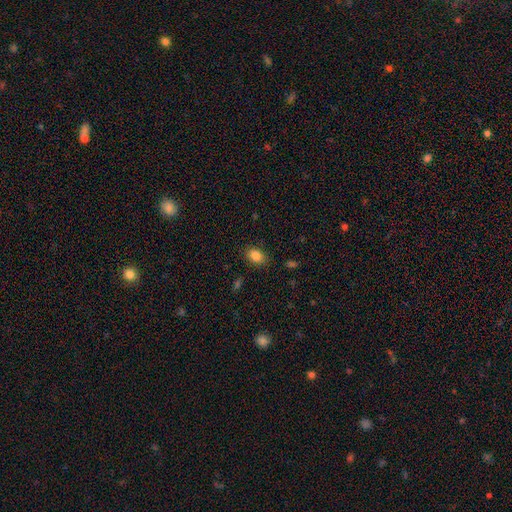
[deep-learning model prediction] Q: Smooth or featured?
A: smooth (85%); runner-up: star or artifact (9%)
Q: How rounded?
A: in between (77%); runner-up: round (22%)
Q: Merging?
A: none (86%); runner-up: minor disturbance (10%)